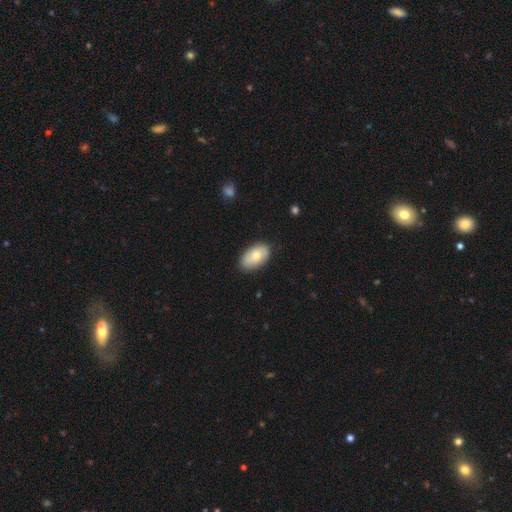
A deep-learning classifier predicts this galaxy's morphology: Smooth or featured? smooth (71%)
How rounded? in between (92%)
Merging? none (83%)